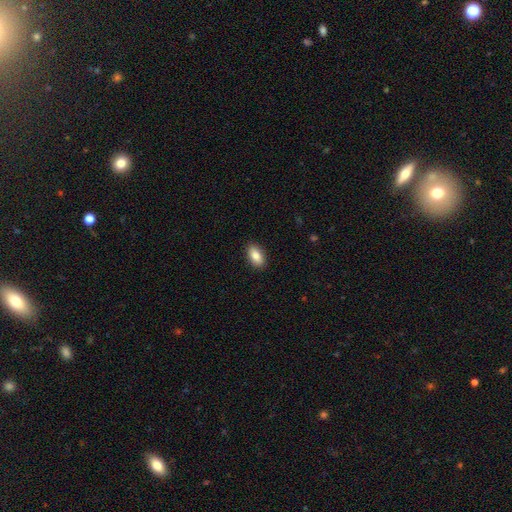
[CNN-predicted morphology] Smooth or featured?
  - smooth: 84% *
  - featured or disk: 9%
  - star or artifact: 7%
How rounded?
  - in between: 92% *
  - round: 5%
  - cigar-shaped: 3%
Merging?
  - none: 90% *
  - minor disturbance: 7%
  - major disturbance: 2%
  - merger: 1%